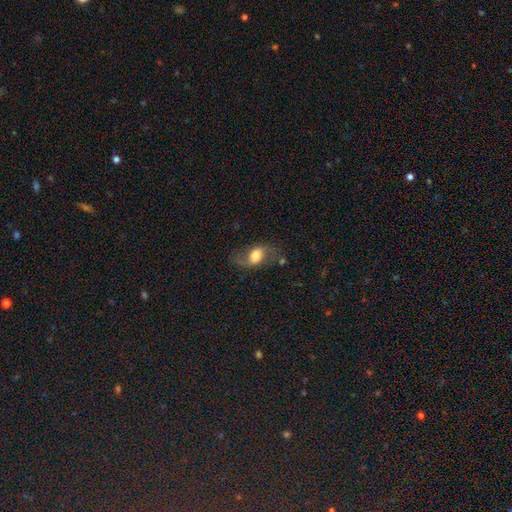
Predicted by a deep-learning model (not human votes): featured or disk 46%, smooth 45%, star or artifact 10%. Down the decision tree: merging — none (59%).